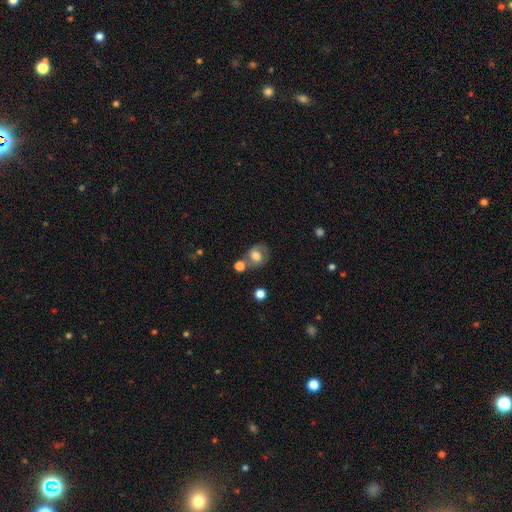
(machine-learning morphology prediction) This appears to be a smooth galaxy with no disk features (59%) that is round (58%). Merging: none (52%).